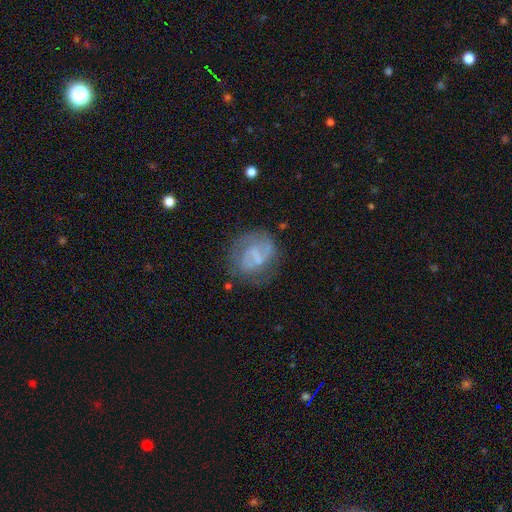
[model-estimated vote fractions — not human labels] Smooth or featured?
  - featured or disk: 60% *
  - smooth: 31%
  - star or artifact: 9%
Edge-on disk?
  - no: 97% *
  - yes: 3%
Bar?
  - weak: 45% *
  - no: 35%
  - strong: 21%
Spiral arms?
  - yes: 65% *
  - no: 35%
Bulge size?
  - none: 50% *
  - small: 34%
  - moderate: 13%
  - large: 2%
  - dominant: 1%
Merging?
  - none: 60% *
  - minor disturbance: 21%
  - major disturbance: 15%
  - merger: 3%